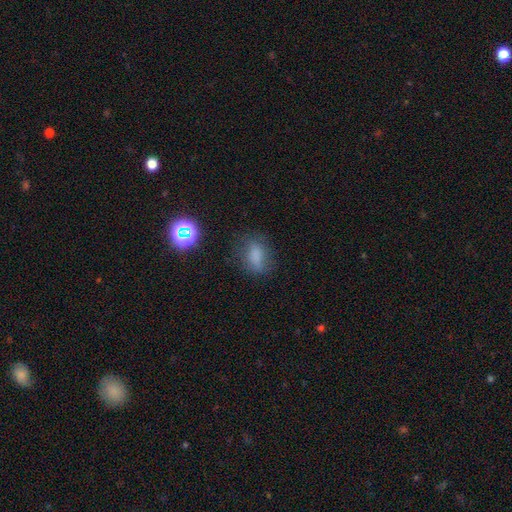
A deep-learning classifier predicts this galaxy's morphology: Smooth or featured?
  - smooth: 72% *
  - star or artifact: 16%
  - featured or disk: 11%
How rounded?
  - in between: 73% *
  - round: 23%
  - cigar-shaped: 4%
Merging?
  - none: 65% *
  - minor disturbance: 22%
  - major disturbance: 10%
  - merger: 2%